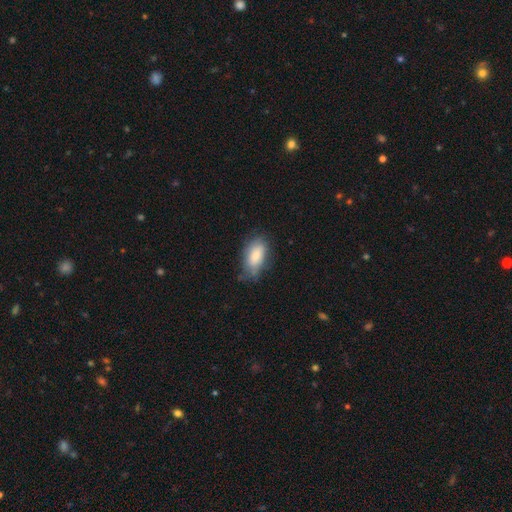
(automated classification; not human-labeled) smooth_or_featured: smooth (p=0.81) [alt: featured or disk p=0.12]
how_rounded: in between (p=0.92) [alt: cigar-shaped p=0.04]
merging: none (p=0.55) [alt: minor disturbance p=0.33]